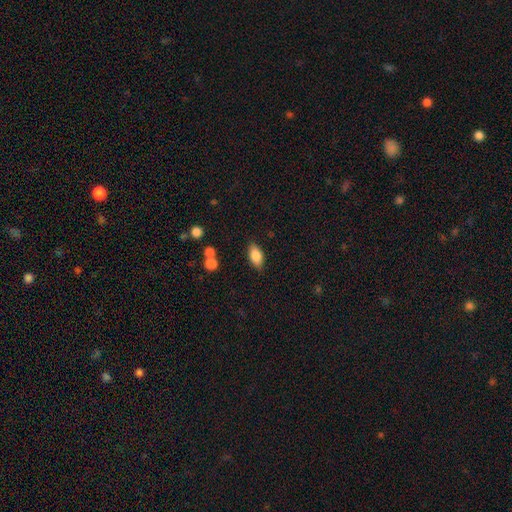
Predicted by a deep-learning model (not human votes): Morphology: type=smooth (83%); roundness=in between (90%); merging=none (83%).